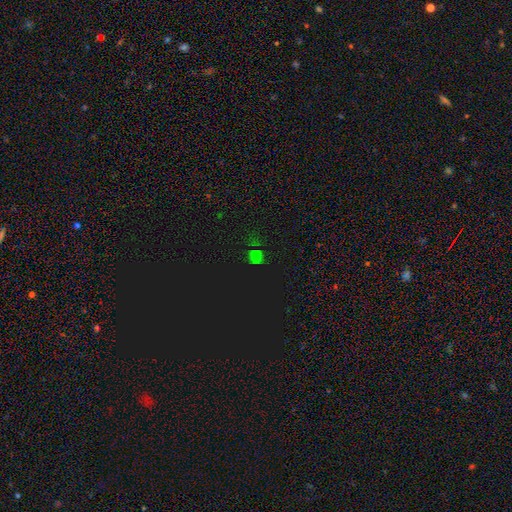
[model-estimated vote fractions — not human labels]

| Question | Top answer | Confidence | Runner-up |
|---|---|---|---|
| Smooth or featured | star or artifact | 55% | smooth (37%) |